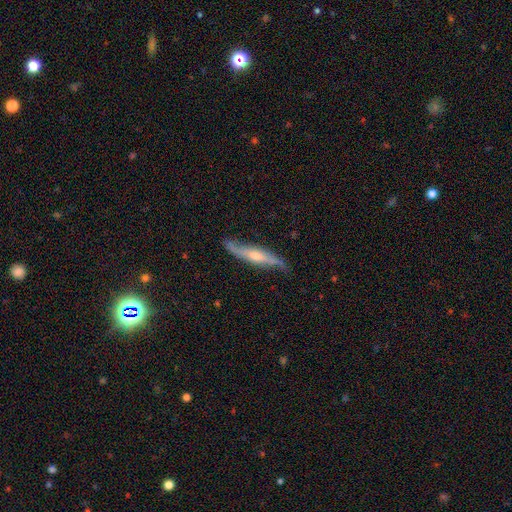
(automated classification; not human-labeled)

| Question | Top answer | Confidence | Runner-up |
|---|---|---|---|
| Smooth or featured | featured or disk | 74% | smooth (20%) |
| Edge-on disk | yes | 52% | no (48%) |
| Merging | none | 73% | minor disturbance (20%) |